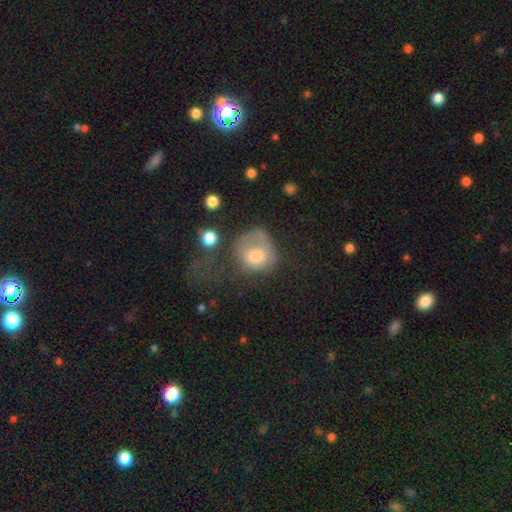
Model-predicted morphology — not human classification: type=smooth (64%); roundness=round (63%); merging=major disturbance (49%).